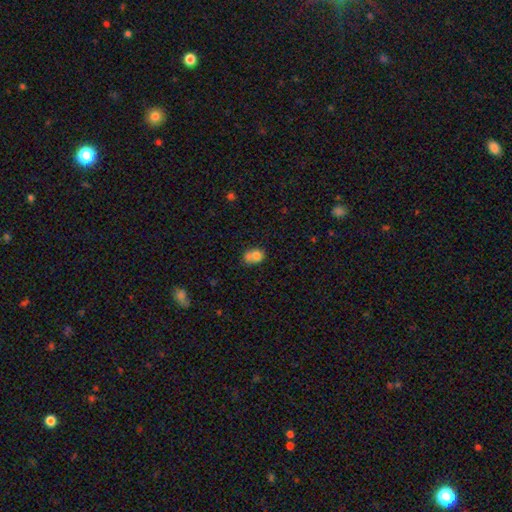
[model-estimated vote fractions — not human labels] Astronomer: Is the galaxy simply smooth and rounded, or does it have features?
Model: smooth — 75%.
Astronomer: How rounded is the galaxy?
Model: in between — 58% (runner-up: round, 40%).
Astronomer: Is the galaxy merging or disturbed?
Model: merger — 37% (runner-up: none, 34%).